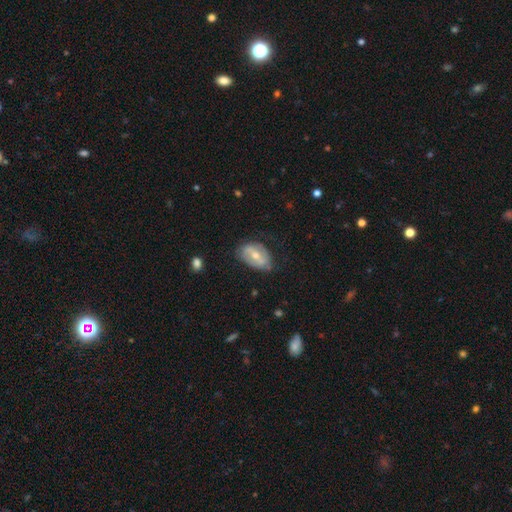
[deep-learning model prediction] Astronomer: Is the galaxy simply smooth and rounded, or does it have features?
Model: featured or disk — 54% (runner-up: smooth, 39%).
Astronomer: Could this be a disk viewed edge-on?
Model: no — 93%.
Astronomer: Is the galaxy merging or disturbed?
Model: none — 64%.